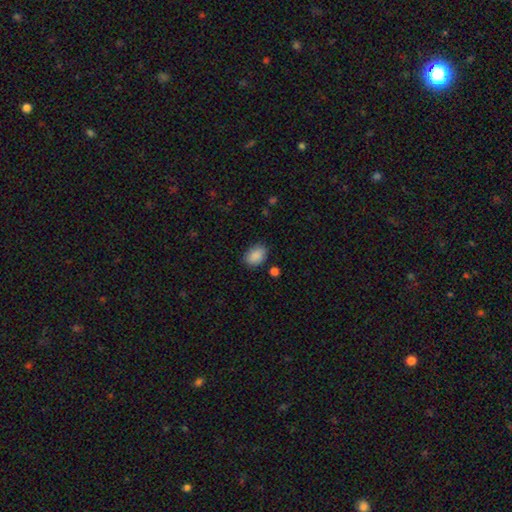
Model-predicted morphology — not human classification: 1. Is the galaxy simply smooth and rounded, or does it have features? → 89% smooth, 7% star or artifact, 3% featured or disk.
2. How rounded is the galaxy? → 77% in between, 22% round, 1% cigar-shaped.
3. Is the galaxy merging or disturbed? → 83% none, 12% minor disturbance, 3% major disturbance, 2% merger.